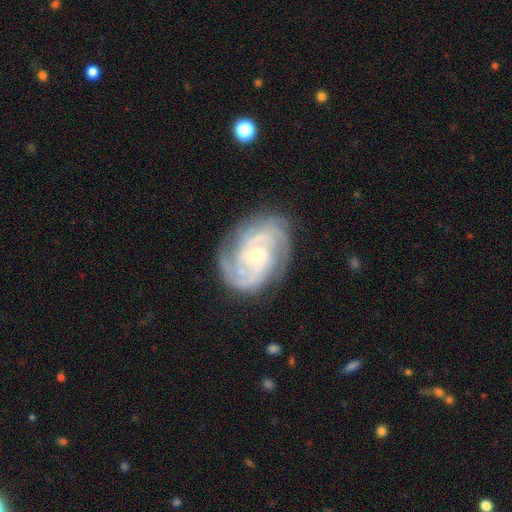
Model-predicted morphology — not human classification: Smooth or featured? Predicted: featured or disk (p=0.90). Edge-on disk? Predicted: no (p=0.97). Bar? Predicted: no (p=0.61). Spiral arms? Predicted: yes (p=0.98). Spiral winding? Predicted: tight (p=0.66). Spiral arm count? Predicted: 2 (p=0.35). Bulge size? Predicted: small (p=0.66). Merging? Predicted: none (p=0.77).